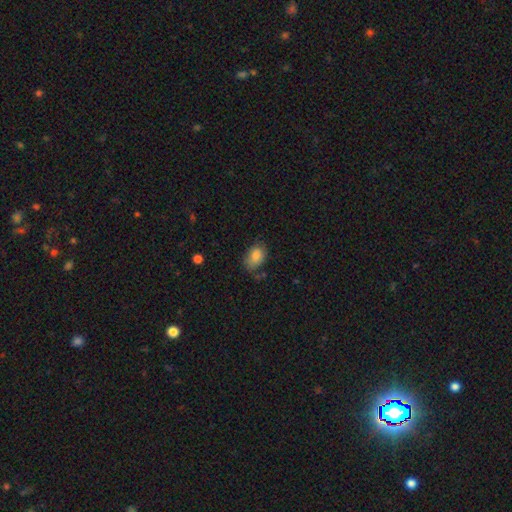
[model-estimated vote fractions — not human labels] smooth 83%, featured or disk 9%, star or artifact 8%. Down the decision tree: how rounded — in between (84%); merging — none (63%).